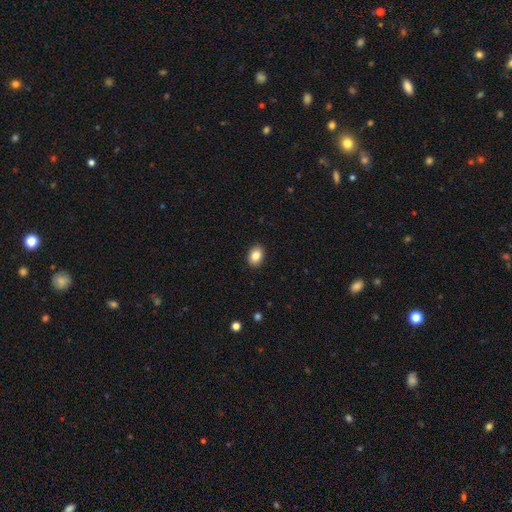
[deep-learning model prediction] This appears to be a smooth galaxy with no disk features (86%) that is in between round and cigar-shaped (73%). Merging: none (90%).